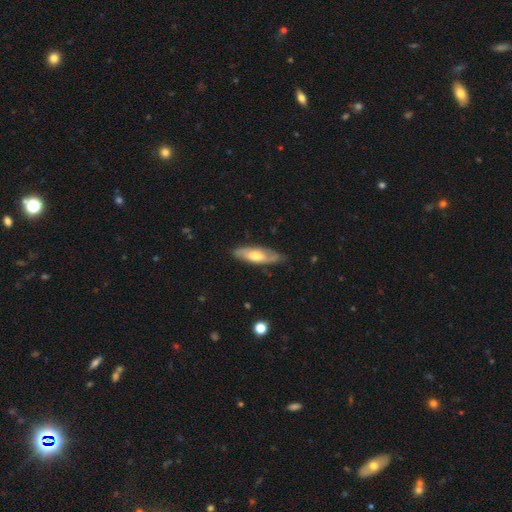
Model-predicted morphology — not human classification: This is possibly a featured or disk galaxy (50%). Merging: likely none (76%).